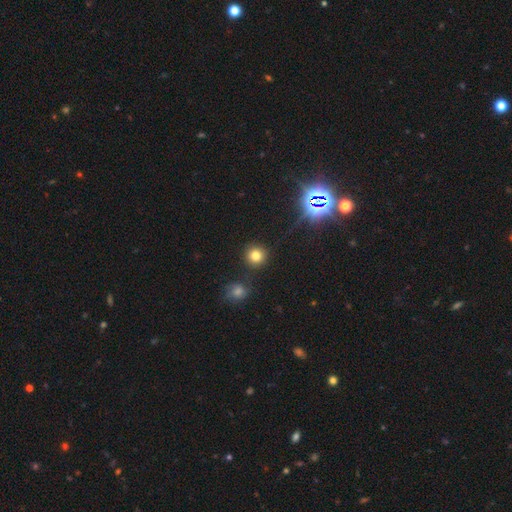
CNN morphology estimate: Q: Smooth or featured?
A: smooth (78%); runner-up: star or artifact (15%)
Q: How rounded?
A: round (93%); runner-up: in between (6%)
Q: Merging?
A: none (87%); runner-up: minor disturbance (6%)